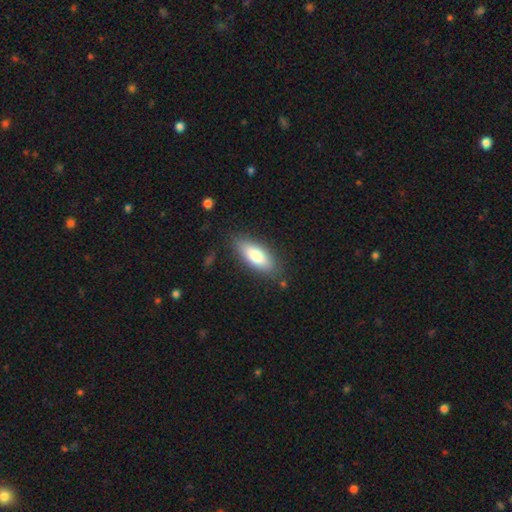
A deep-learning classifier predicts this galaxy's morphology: Smooth or featured?
  - smooth: 79% *
  - featured or disk: 15%
  - star or artifact: 6%
How rounded?
  - in between: 75% *
  - cigar-shaped: 23%
  - round: 2%
Merging?
  - none: 82% *
  - minor disturbance: 13%
  - major disturbance: 3%
  - merger: 2%